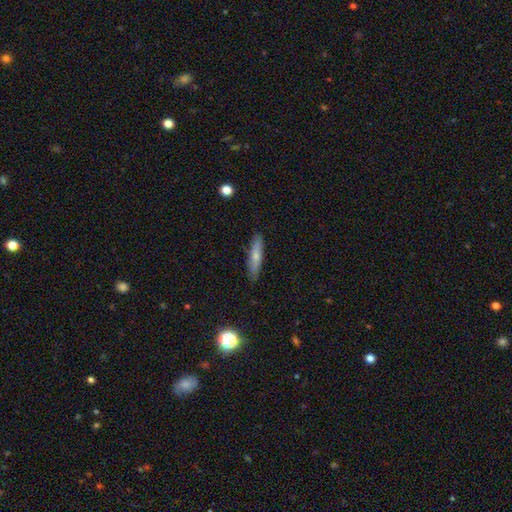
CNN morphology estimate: A smooth galaxy with no disk features (65%) that is cigar-shaped (84%). Merging: none (88%).